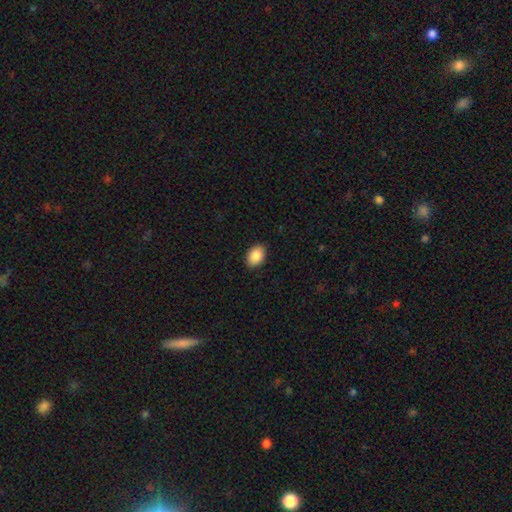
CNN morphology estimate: smooth 89%, star or artifact 7%, featured or disk 4%. Down the decision tree: how rounded — in between (85%); merging — none (90%).